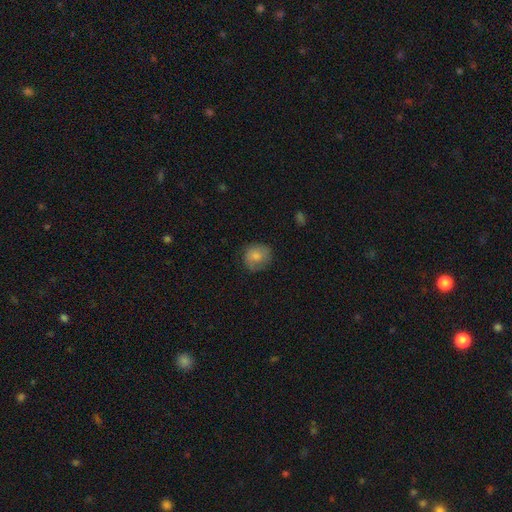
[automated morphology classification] A smooth galaxy with no disk features (75%) that is round (79%). Merging: none (70%).